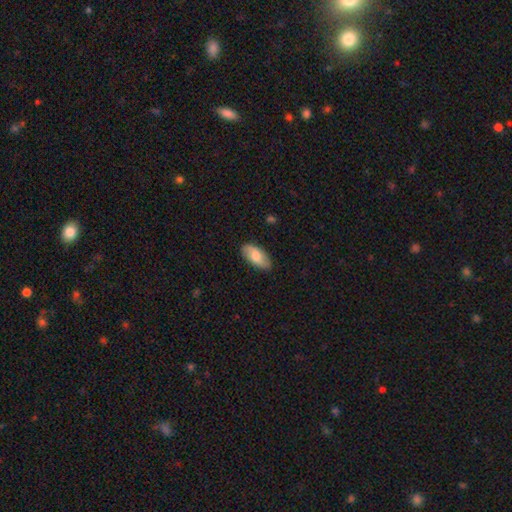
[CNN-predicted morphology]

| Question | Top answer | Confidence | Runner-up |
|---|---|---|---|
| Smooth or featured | smooth | 73% | featured or disk (21%) |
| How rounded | in between | 92% | cigar-shaped (5%) |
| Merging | none | 86% | minor disturbance (11%) |